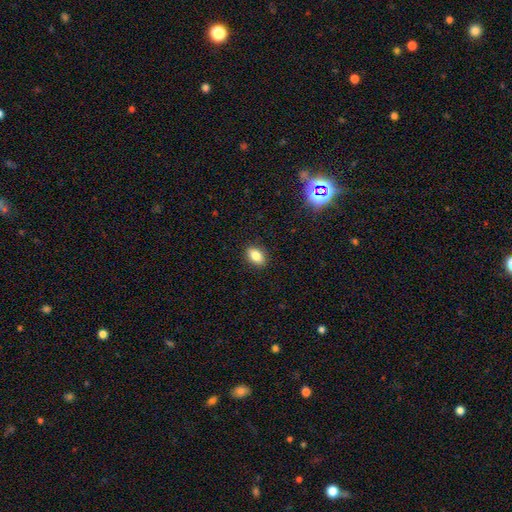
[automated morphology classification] A smooth galaxy with no disk features (83%) that is in between round and cigar-shaped (85%). Merging: none (89%).